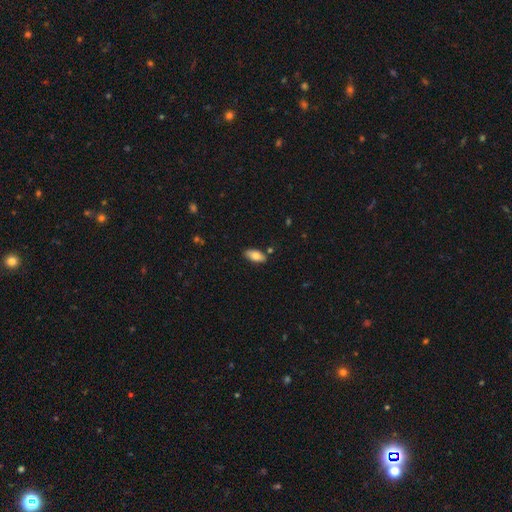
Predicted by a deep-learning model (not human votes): Morphology: type=smooth (77%); roundness=in between (90%); merging=none (84%).